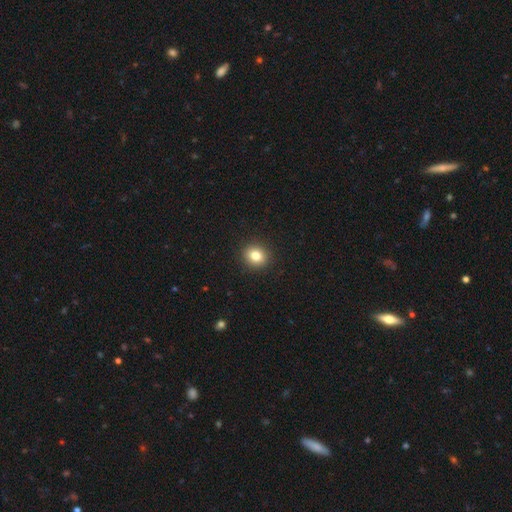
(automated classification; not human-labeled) smooth-or-featured: smooth: 82% | star or artifact: 11% | featured or disk: 7%
  how-rounded: round: 78% | in between: 21% | cigar-shaped: 1%
  merging: none: 92% | minor disturbance: 5% | major disturbance: 2% | merger: 1%